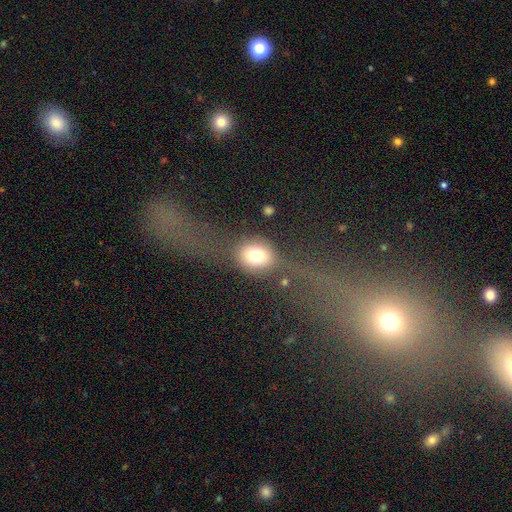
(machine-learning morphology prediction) Smooth or featured? Predicted: smooth (p=0.74). How rounded? Predicted: round (p=0.54). Merging? Predicted: none (p=0.48).